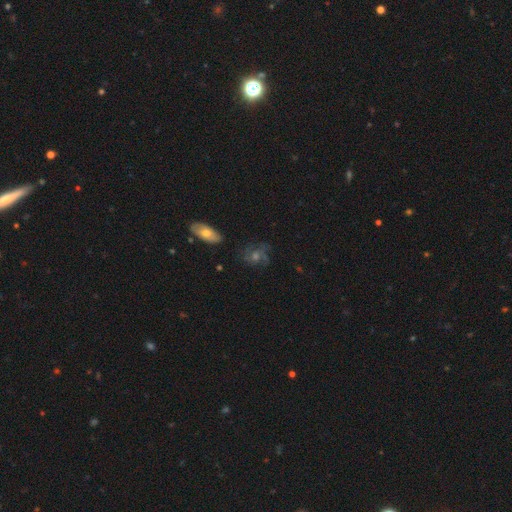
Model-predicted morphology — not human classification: This is possibly a featured or disk galaxy (55%). It is clearly not viewed edge-on (94%). Bar: likely no (73%). Spiral arm pattern: clearly yes (81%). Central bulge: possibly moderate (54%). Merging: likely none (67%).